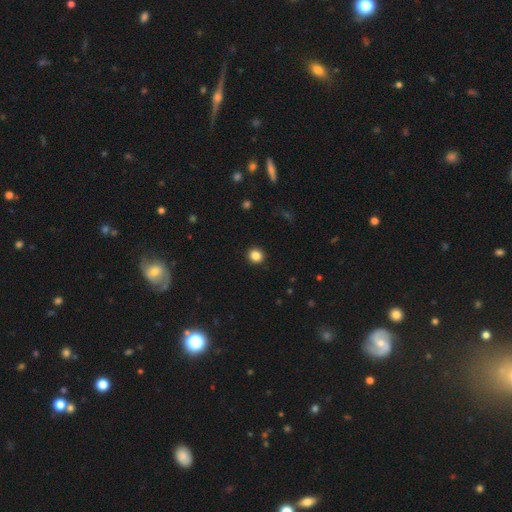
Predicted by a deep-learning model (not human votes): Overall: smooth (85%). How rounded: round (89%). Merging: none (92%).